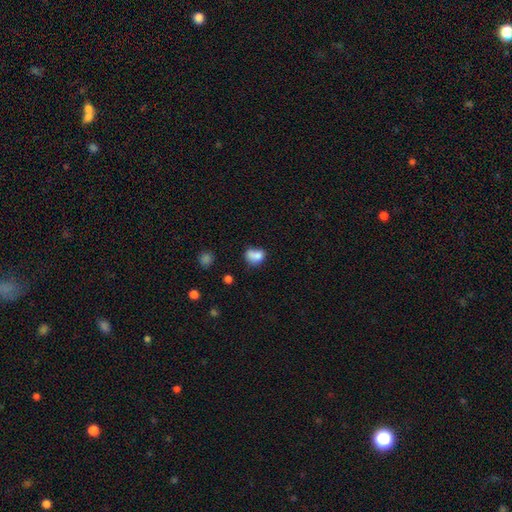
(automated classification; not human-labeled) A smooth galaxy with no disk features (77%) that is in between round and cigar-shaped (58%). Merging: merger (34%).